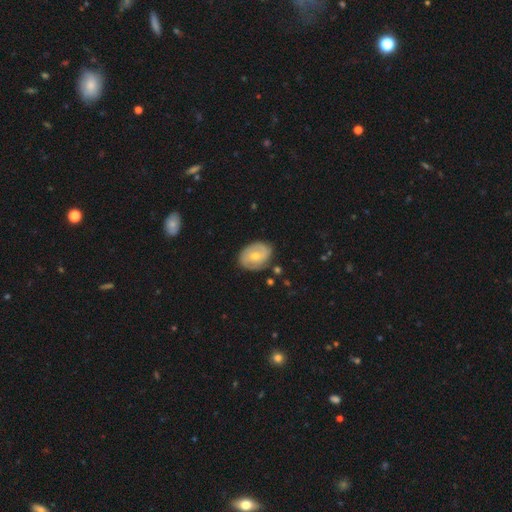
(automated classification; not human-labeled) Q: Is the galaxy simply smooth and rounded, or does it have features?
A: featured or disk — 62%.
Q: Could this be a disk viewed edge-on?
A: no — 96%.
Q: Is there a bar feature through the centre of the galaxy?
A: no — 57%.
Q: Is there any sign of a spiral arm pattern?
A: yes — 79%.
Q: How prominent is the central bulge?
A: moderate — 56%.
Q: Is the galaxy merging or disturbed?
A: none — 79%.